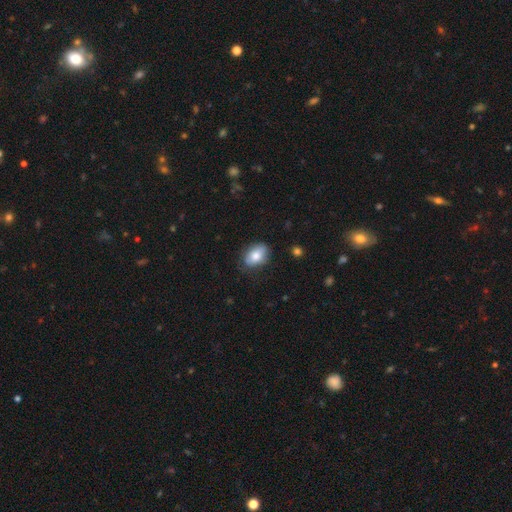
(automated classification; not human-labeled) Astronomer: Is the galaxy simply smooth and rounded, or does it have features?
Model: smooth — 79%.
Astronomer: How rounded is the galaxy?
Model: in between — 84%.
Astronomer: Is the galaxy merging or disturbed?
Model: none — 71%.